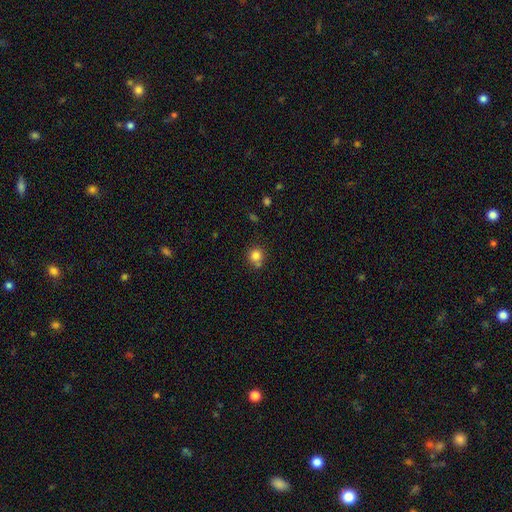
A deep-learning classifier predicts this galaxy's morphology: smooth_or_featured: smooth (p=0.81) [alt: star or artifact p=0.12]
how_rounded: round (p=0.89) [alt: in between p=0.10]
merging: none (p=0.67) [alt: merger p=0.16]